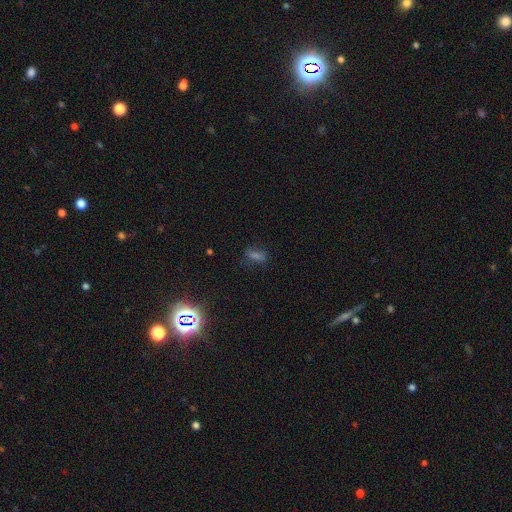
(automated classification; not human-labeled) This appears to be a smooth galaxy with no disk features (44%). Merging: none (74%).